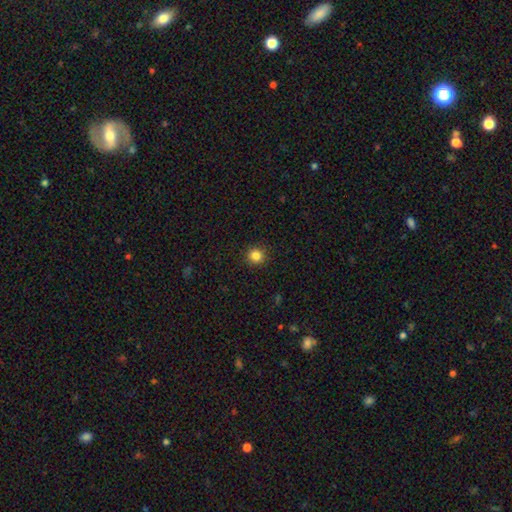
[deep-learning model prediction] A smooth galaxy with no disk features (84%) that is round (94%). Merging: none (93%).